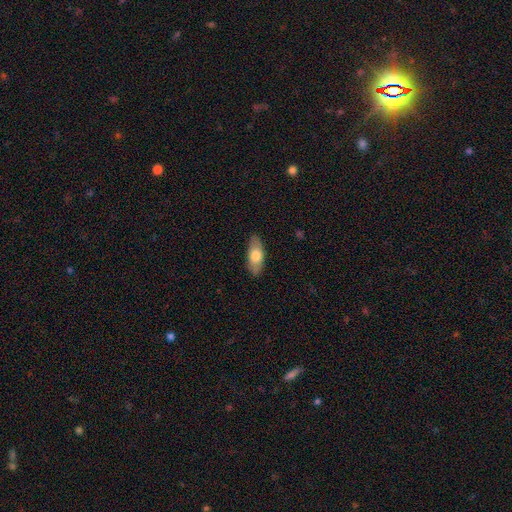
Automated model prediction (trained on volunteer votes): smooth_or_featured: smooth (p=0.68) [alt: featured or disk p=0.26]
how_rounded: in between (p=0.81) [alt: cigar-shaped p=0.16]
merging: none (p=0.87) [alt: minor disturbance p=0.10]